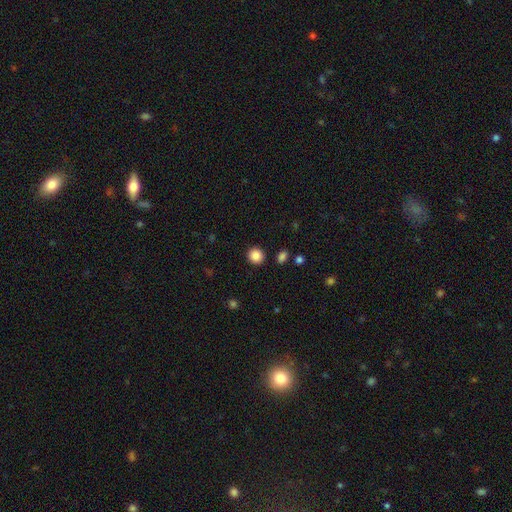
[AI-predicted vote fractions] Smooth or featured: smooth — 87% (star or artifact — 10%)
How rounded: round — 89% (in between — 10%)
Merging: none — 90% (minor disturbance — 6%)